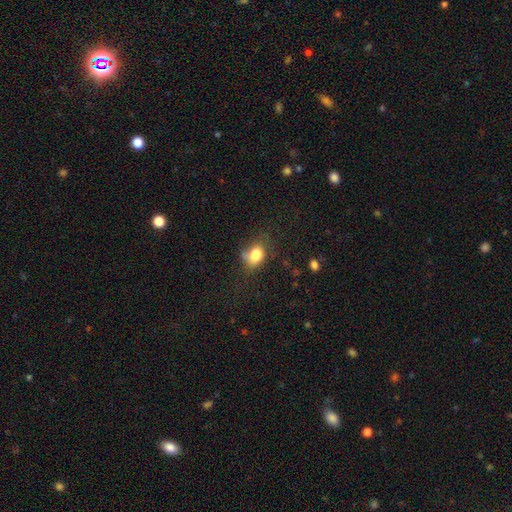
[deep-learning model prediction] The model was most divided on "merging": none: 45%, minor disturbance: 29%, major disturbance: 16%, merger: 10%. More confident: smooth or featured — smooth (79%); how rounded — in between (65%).